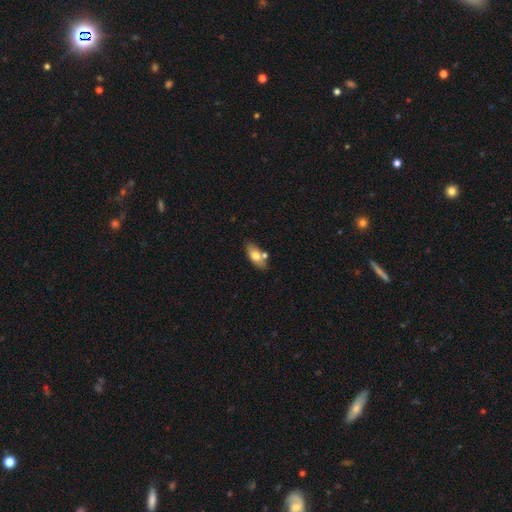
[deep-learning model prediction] Smooth or featured? Predicted: smooth (p=0.71). How rounded? Predicted: in between (p=0.84). Merging? Predicted: none (p=0.68).